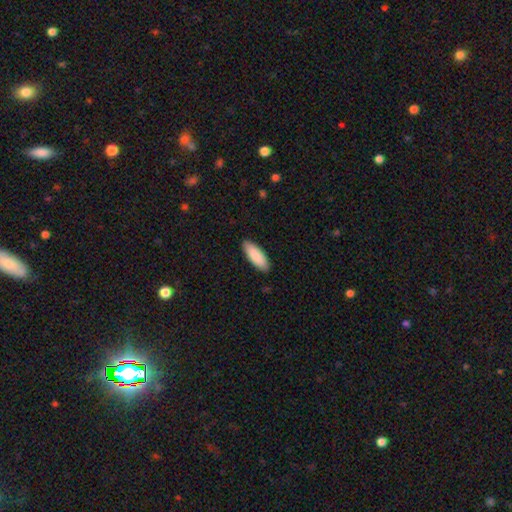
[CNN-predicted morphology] smooth-or-featured: smooth: 88% | featured or disk: 7% | star or artifact: 5%
  how-rounded: in between: 67% | cigar-shaped: 31% | round: 1%
  merging: none: 89% | minor disturbance: 9% | major disturbance: 2% | merger: 1%